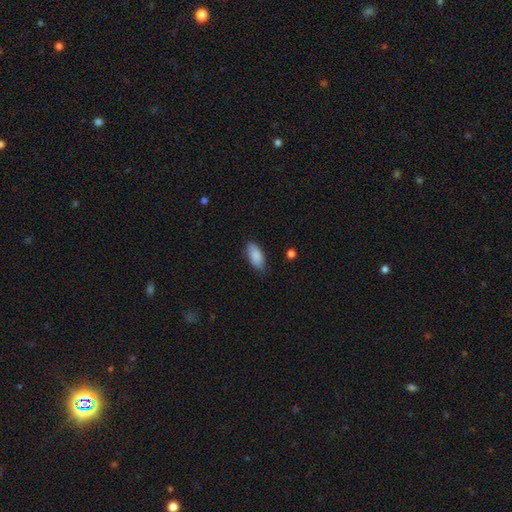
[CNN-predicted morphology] Q: Smooth or featured?
A: smooth (88%); runner-up: star or artifact (6%)
Q: How rounded?
A: in between (89%); runner-up: cigar-shaped (9%)
Q: Merging?
A: none (82%); runner-up: minor disturbance (15%)